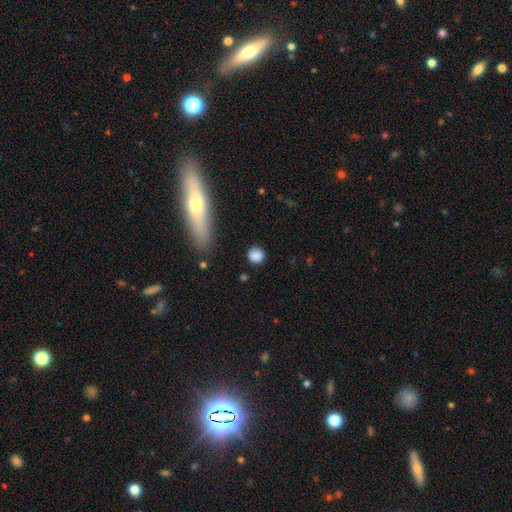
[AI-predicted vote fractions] smooth 84%, star or artifact 10%, featured or disk 6%. Down the decision tree: how rounded — round (86%); merging — none (82%).